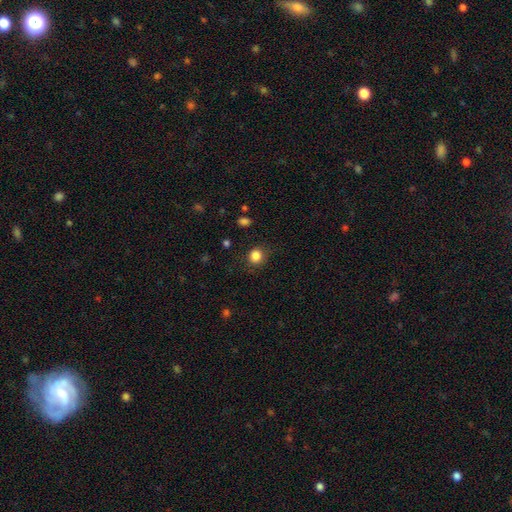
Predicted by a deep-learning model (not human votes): Smooth or featured? smooth (85%)
How rounded? round (81%)
Merging? none (84%)